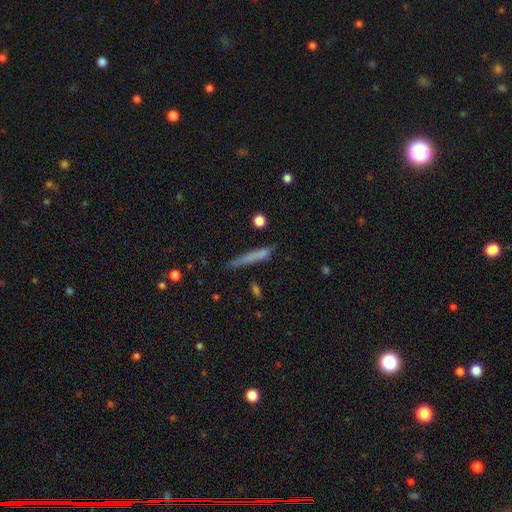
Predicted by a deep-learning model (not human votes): A smooth galaxy with no disk features (66%) that is cigar-shaped (92%).

Vote fractions:
- Smooth or featured? smooth: 66% / featured or disk: 25% / star or artifact: 10%
- How rounded? cigar-shaped: 92% / in between: 5% / round: 2%
- Merging? none: 66% / minor disturbance: 22% / major disturbance: 8% / merger: 4%